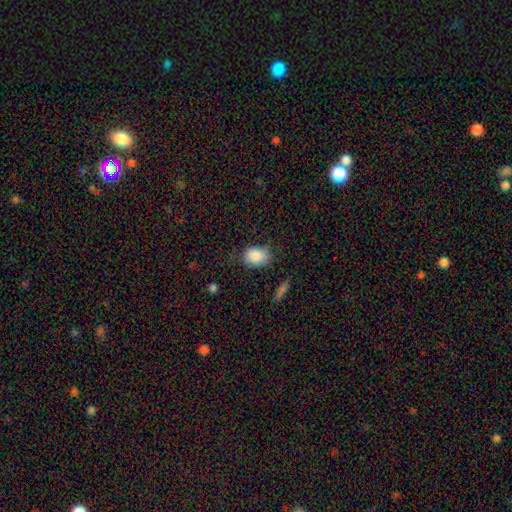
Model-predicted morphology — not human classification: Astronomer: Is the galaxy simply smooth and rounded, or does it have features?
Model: smooth — 87%.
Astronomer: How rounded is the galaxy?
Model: in between — 68%.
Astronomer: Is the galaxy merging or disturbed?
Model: none — 66%.